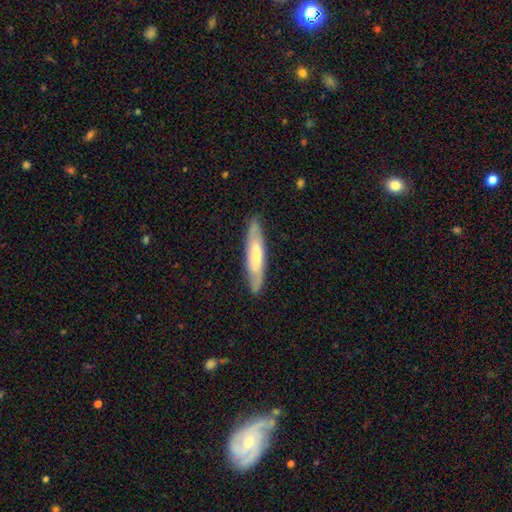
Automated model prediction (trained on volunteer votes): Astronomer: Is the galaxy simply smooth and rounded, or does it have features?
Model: featured or disk — 53% (runner-up: smooth, 42%).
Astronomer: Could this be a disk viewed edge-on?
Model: yes — 53% (runner-up: no, 47%).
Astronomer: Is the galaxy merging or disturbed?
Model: none — 83%.